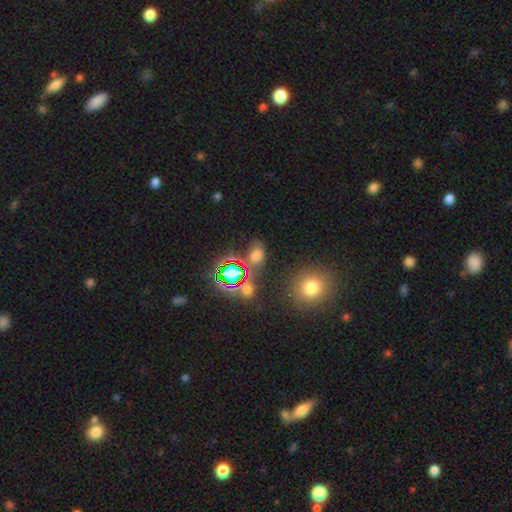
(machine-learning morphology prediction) The model was most divided on "smooth or featured": smooth: 53%, star or artifact: 37%, featured or disk: 11%. More confident: how rounded — in between (66%); merging — none (55%).